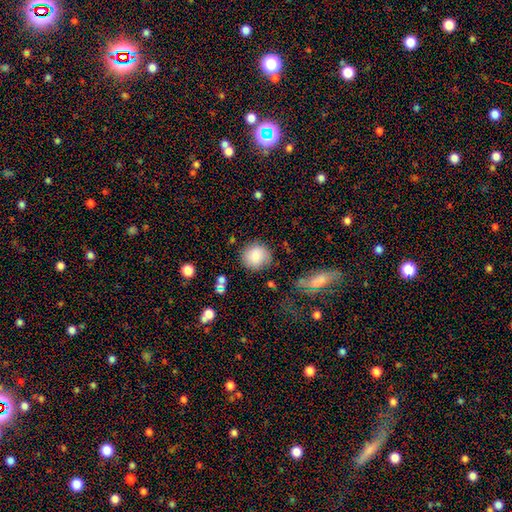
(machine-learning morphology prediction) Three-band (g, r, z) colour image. It shows a smooth galaxy with no disk features (82%) that is round (90%). Merging: none (81%).